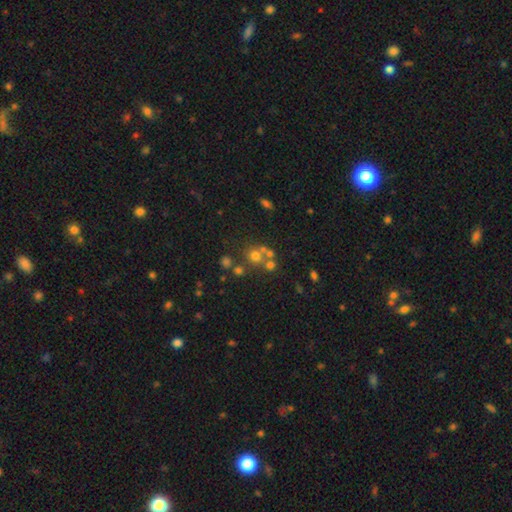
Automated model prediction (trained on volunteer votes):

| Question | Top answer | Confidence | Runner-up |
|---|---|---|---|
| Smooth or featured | smooth | 57% | star or artifact (24%) |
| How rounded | round | 85% | in between (14%) |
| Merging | none | 52% | merger (34%) |